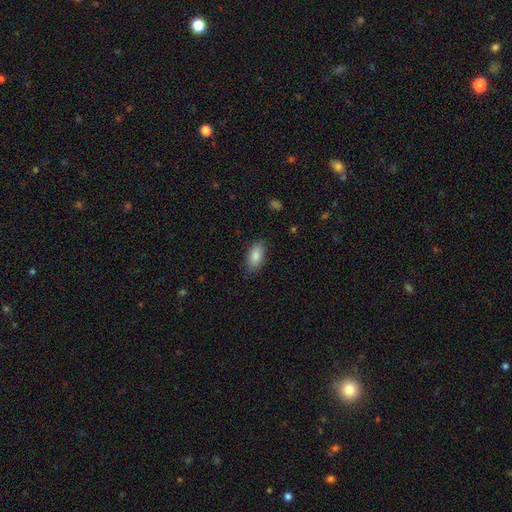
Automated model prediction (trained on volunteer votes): smooth_or_featured: smooth (p=0.87) [alt: featured or disk p=0.07]
how_rounded: in between (p=0.91) [alt: cigar-shaped p=0.06]
merging: none (p=0.85) [alt: minor disturbance p=0.11]